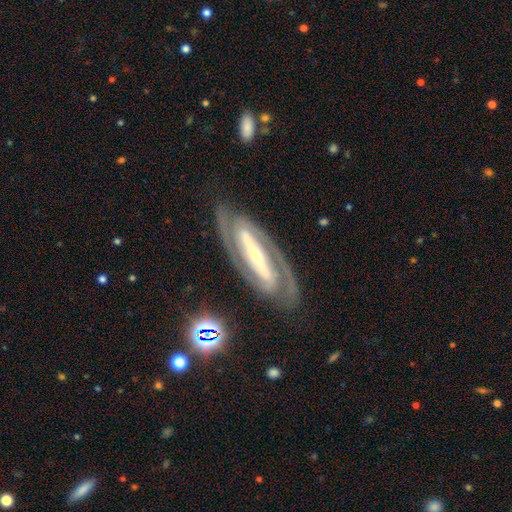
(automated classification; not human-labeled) Q: Smooth or featured?
A: featured or disk (89%); runner-up: smooth (6%)
Q: Edge-on disk?
A: no (90%); runner-up: yes (10%)
Q: Bar?
A: strong (78%); runner-up: weak (13%)
Q: Spiral arms?
A: yes (94%); runner-up: no (6%)
Q: Spiral winding?
A: tight (55%); runner-up: medium (37%)
Q: Spiral arm count?
A: 2 (90%); runner-up: can't tell (4%)
Q: Bulge size?
A: small (68%); runner-up: moderate (26%)
Q: Merging?
A: none (83%); runner-up: minor disturbance (11%)